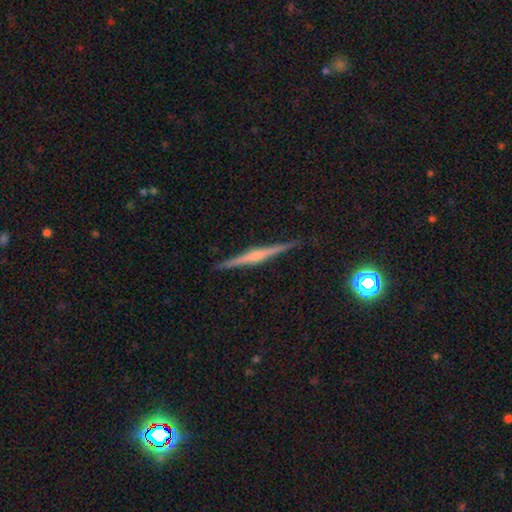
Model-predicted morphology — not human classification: A featured or disk galaxy (76%) viewed edge-on (99%) with a rounded central bulge (66%). Merging: none (91%).